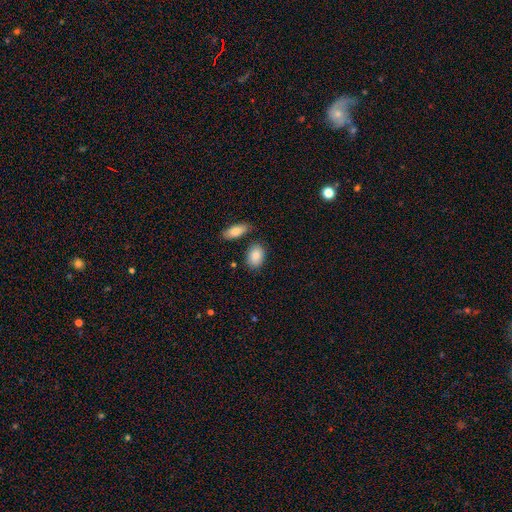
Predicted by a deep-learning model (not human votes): smooth 86%, featured or disk 7%, star or artifact 7%. Down the decision tree: how rounded — in between (84%); merging — none (76%).